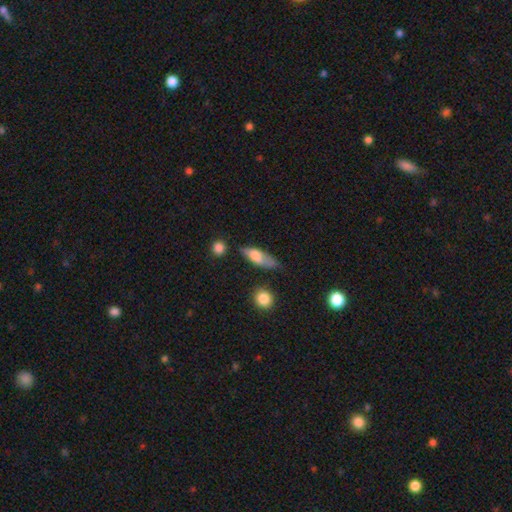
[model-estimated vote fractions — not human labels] smooth-or-featured: smooth: 70% | featured or disk: 23% | star or artifact: 7%
  how-rounded: in between: 59% | cigar-shaped: 37% | round: 4%
  merging: none: 53% | minor disturbance: 31% | major disturbance: 10% | merger: 6%